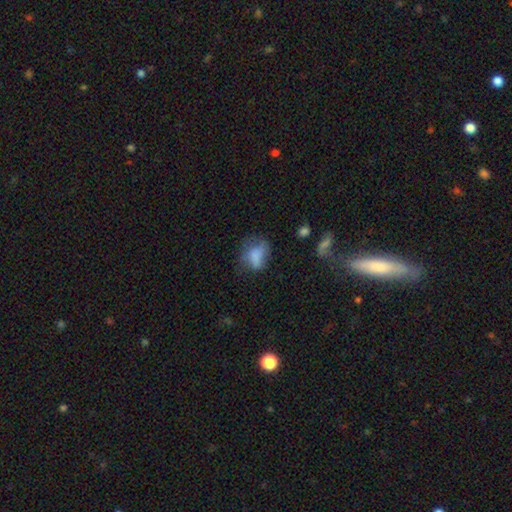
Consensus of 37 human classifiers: smooth 84%, featured or disk 11%, star or artifact 5%. Down the decision tree: how rounded — in between (74%); merging — major disturbance (46%).